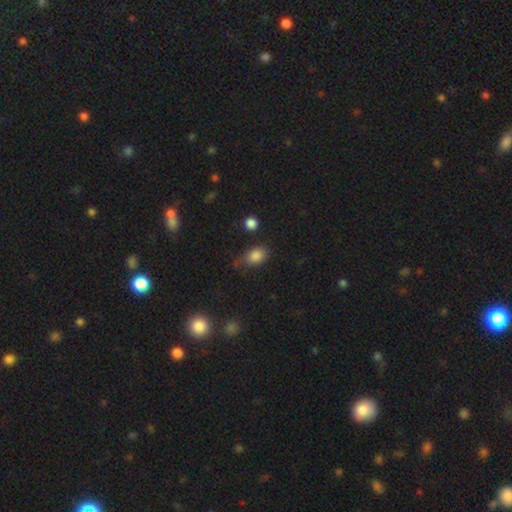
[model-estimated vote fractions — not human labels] Q: Smooth or featured?
A: smooth (84%); runner-up: star or artifact (10%)
Q: How rounded?
A: in between (78%); runner-up: round (20%)
Q: Merging?
A: none (60%); runner-up: minor disturbance (27%)